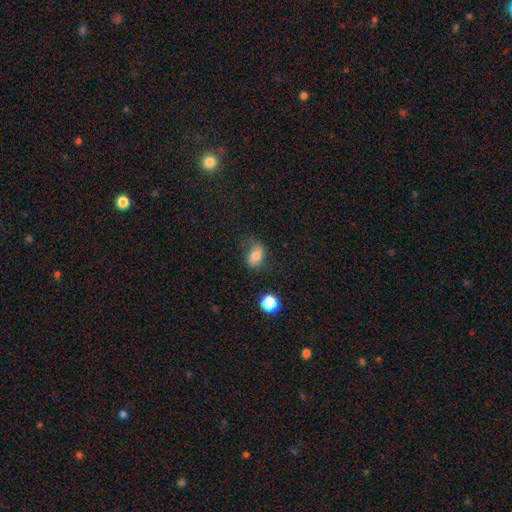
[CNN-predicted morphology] This appears to be a smooth galaxy with no disk features (74%) that is in between round and cigar-shaped (77%). Merging: none (55%).